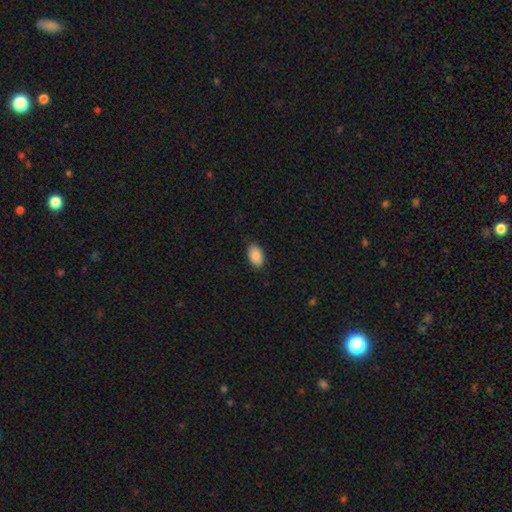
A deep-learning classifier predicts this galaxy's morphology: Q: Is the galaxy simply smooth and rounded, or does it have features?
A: smooth — 88%.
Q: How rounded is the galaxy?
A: in between — 94%.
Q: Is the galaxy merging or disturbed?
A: none — 88%.